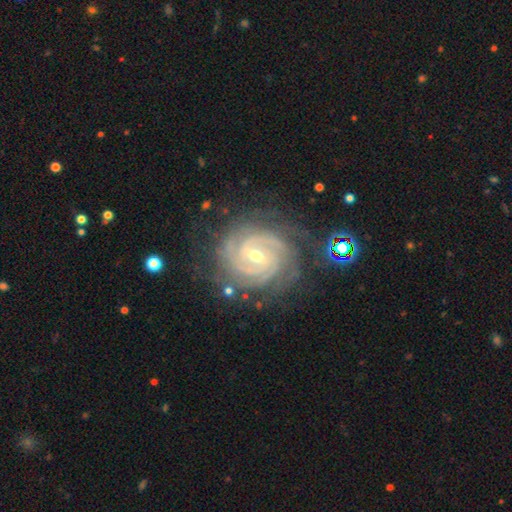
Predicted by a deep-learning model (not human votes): A featured or disk galaxy (93%) with a weak bar (48%), 3 (27%) tight (80%) spiral arms (99%) and a small central bulge (53%). Merging: none (77%).